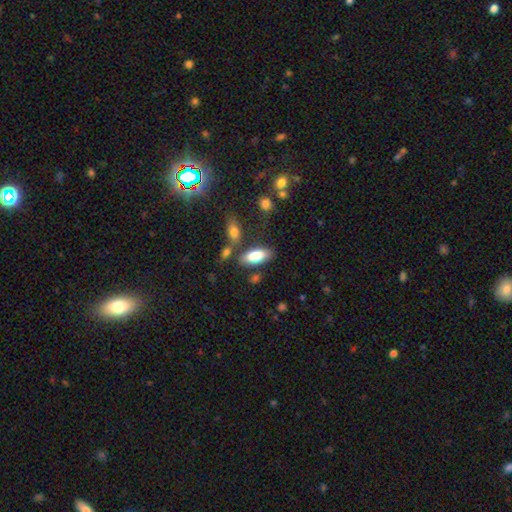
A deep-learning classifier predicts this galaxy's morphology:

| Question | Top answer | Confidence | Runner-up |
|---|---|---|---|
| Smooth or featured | smooth | 80% | featured or disk (13%) |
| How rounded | in between | 83% | cigar-shaped (15%) |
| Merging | none | 73% | minor disturbance (13%) |